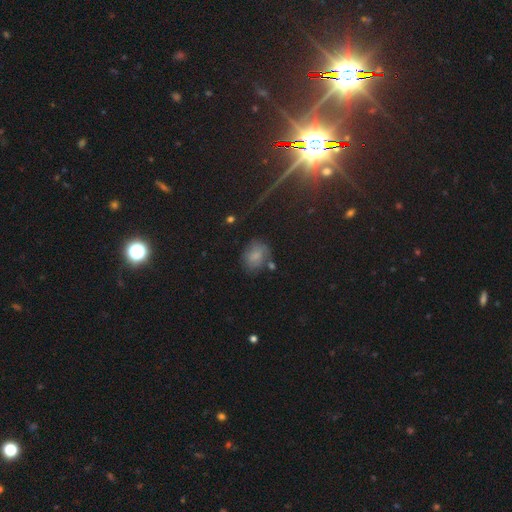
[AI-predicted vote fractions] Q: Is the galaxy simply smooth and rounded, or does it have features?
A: smooth — 65%.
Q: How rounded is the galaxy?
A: in between — 52%.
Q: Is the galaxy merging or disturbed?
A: none — 59%.